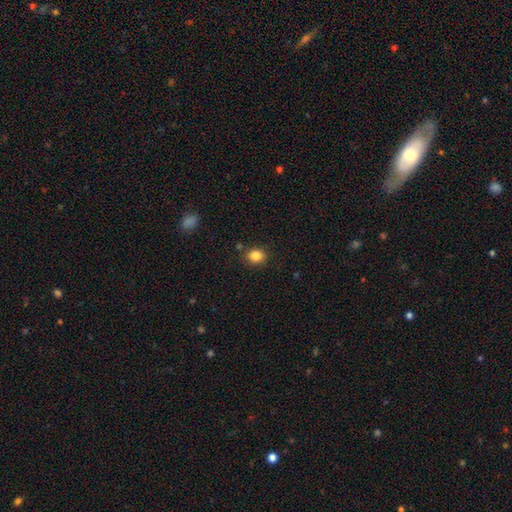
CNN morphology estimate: Overall: smooth (84%). How rounded: round (59%; in between 40%). Merging: none (84%).